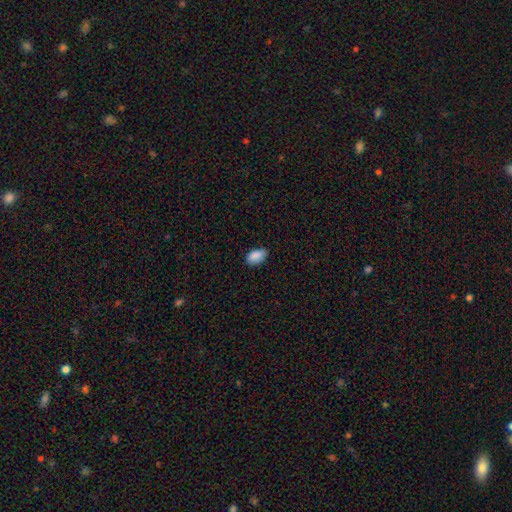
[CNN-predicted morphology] Overall: smooth (89%). How rounded: in between (93%). Merging: none (76%).